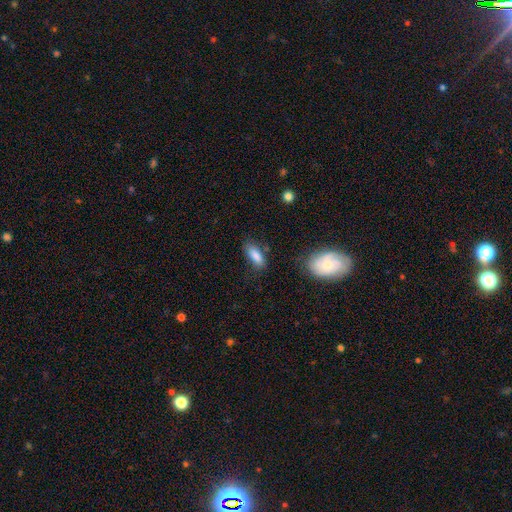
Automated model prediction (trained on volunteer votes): Overall: smooth (85%). How rounded: in between (77%). Merging: none (71%).